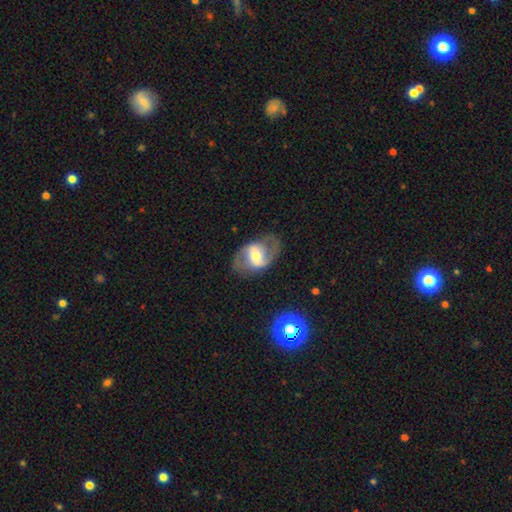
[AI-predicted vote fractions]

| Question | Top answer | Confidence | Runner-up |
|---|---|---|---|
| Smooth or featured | featured or disk | 70% | smooth (23%) |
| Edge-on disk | no | 95% | yes (5%) |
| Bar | weak | 39% | strong (38%) |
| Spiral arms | yes | 75% | no (25%) |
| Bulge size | moderate | 55% | small (30%) |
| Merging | none | 72% | minor disturbance (16%) |